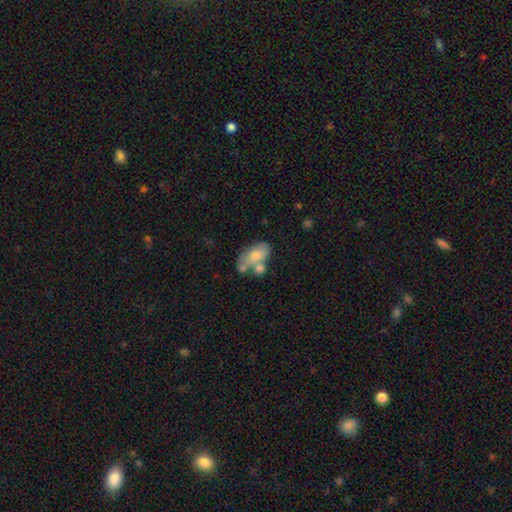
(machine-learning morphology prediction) A smooth galaxy with no disk features (60%) that is in between round and cigar-shaped (89%).

Vote fractions:
- Smooth or featured? smooth: 60% / featured or disk: 32% / star or artifact: 8%
- How rounded? in between: 89% / round: 8% / cigar-shaped: 2%
- Merging? merger: 40% / none: 33% / minor disturbance: 18% / major disturbance: 9%